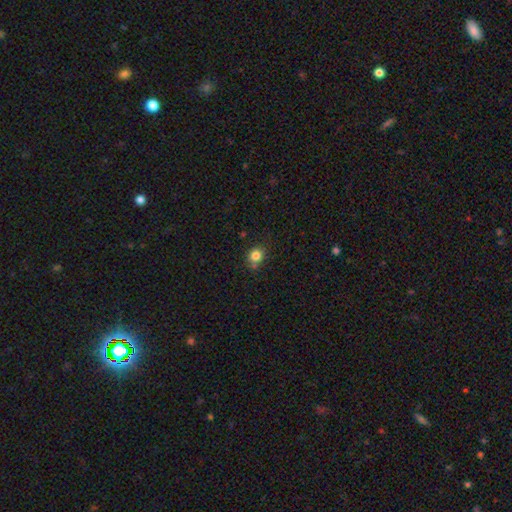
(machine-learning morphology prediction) A smooth galaxy with no disk features (82%) that is round (74%). Merging: none (71%).